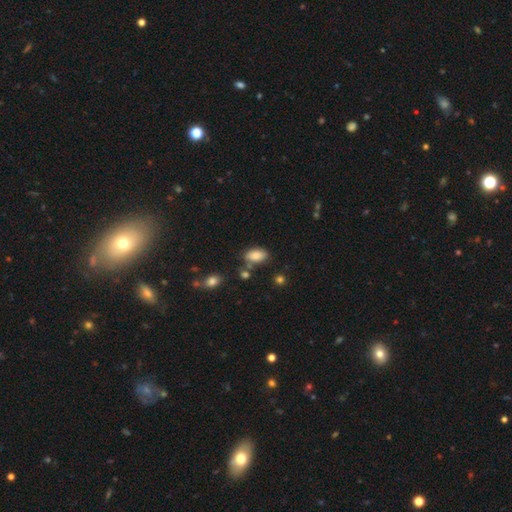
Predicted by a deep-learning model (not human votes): Smooth or featured? smooth (85%)
How rounded? in between (92%)
Merging? none (71%)